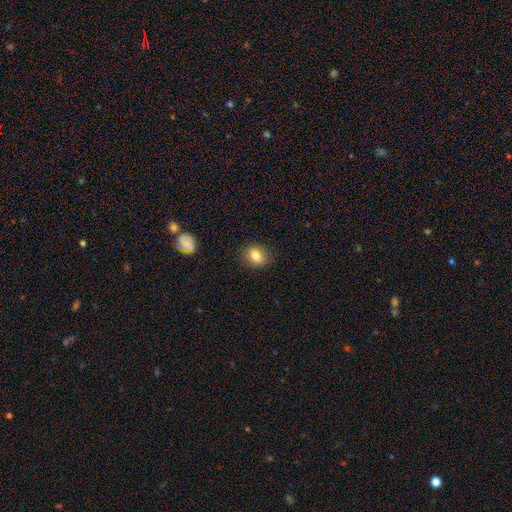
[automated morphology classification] Smooth or featured?
  - smooth: 81% *
  - star or artifact: 10%
  - featured or disk: 9%
How rounded?
  - round: 59% *
  - in between: 40%
  - cigar-shaped: 1%
Merging?
  - none: 85% *
  - minor disturbance: 11%
  - major disturbance: 3%
  - merger: 1%